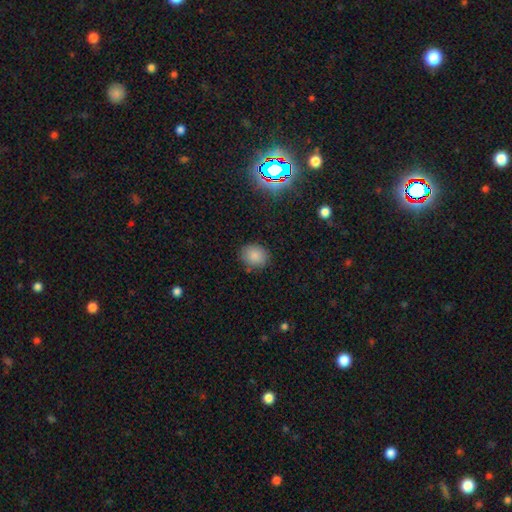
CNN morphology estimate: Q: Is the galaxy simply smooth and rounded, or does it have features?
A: smooth — 84%.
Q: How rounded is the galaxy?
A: round — 66%.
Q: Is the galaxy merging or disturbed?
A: none — 84%.